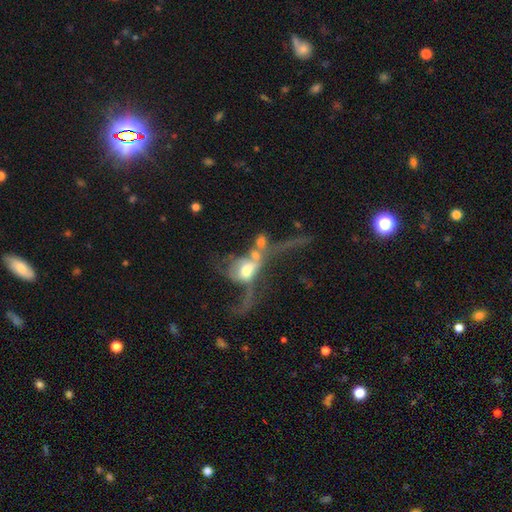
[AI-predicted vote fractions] Smooth or featured: featured or disk — 62% (smooth — 23%)
Edge-on disk: no — 82% (yes — 18%)
Bar: no — 73% (weak — 20%)
Spiral arms: no — 57% (yes — 43%)
Bulge size: moderate — 50% (large — 25%)
Merging: merger — 43% (major disturbance — 35%)